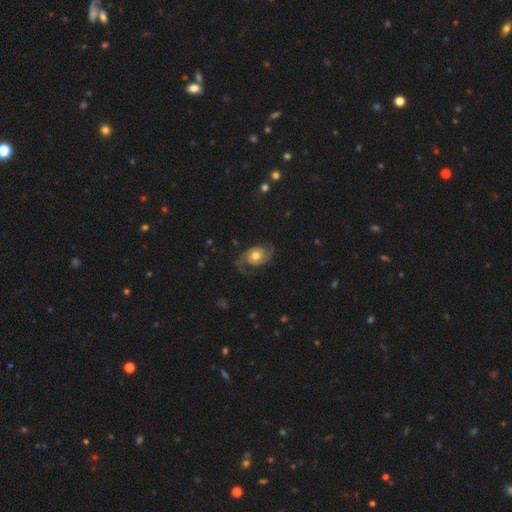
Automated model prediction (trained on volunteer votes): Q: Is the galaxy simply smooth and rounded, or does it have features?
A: featured or disk — 79%.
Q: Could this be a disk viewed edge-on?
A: no — 97%.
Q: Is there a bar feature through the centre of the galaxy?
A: no — 75%.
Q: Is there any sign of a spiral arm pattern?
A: yes — 94%.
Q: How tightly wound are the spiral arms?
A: medium — 43%.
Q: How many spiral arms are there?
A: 2 — 88%.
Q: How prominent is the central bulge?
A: moderate — 72%.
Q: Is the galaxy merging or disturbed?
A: none — 68%.